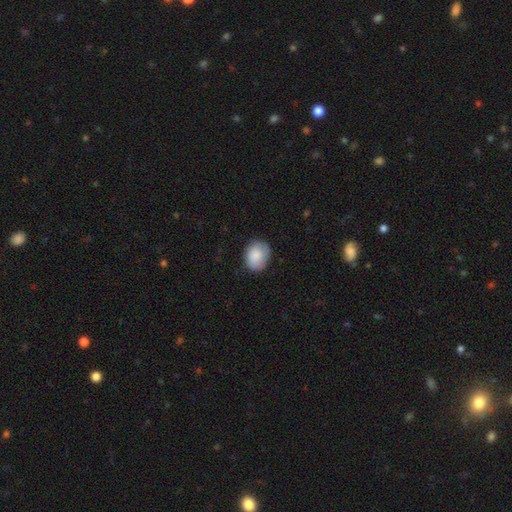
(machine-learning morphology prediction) smooth-or-featured: smooth: 85% | featured or disk: 8% | star or artifact: 7%
  how-rounded: in between: 54% | round: 45% | cigar-shaped: 1%
  merging: none: 76% | minor disturbance: 19% | major disturbance: 4% | merger: 1%